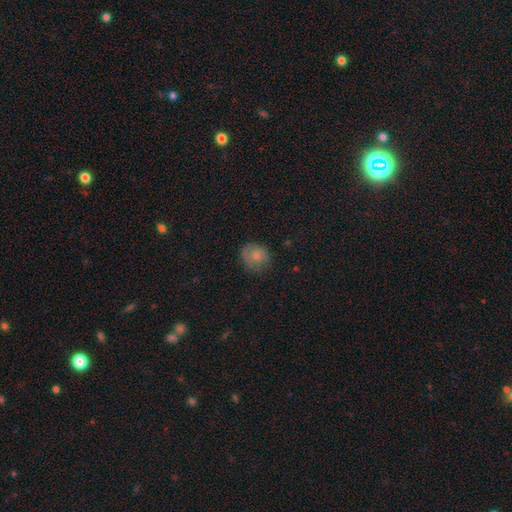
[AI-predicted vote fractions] smooth-or-featured: smooth: 74% | featured or disk: 17% | star or artifact: 9%
  how-rounded: round: 77% | in between: 22% | cigar-shaped: 1%
  merging: none: 70% | minor disturbance: 21% | major disturbance: 7% | merger: 1%